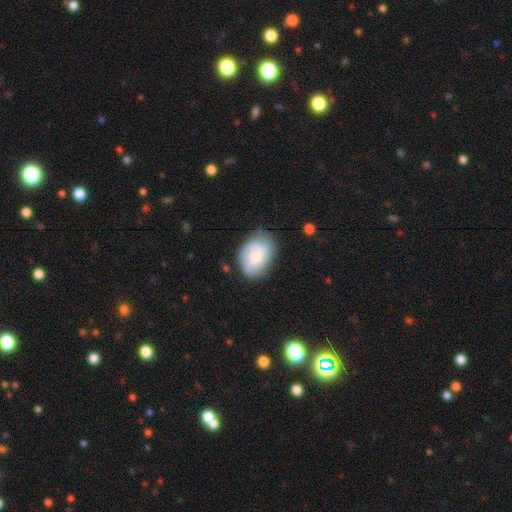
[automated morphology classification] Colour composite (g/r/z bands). It shows a smooth galaxy with no disk features (70%) that is in between round and cigar-shaped (80%). Merging: none (61%).